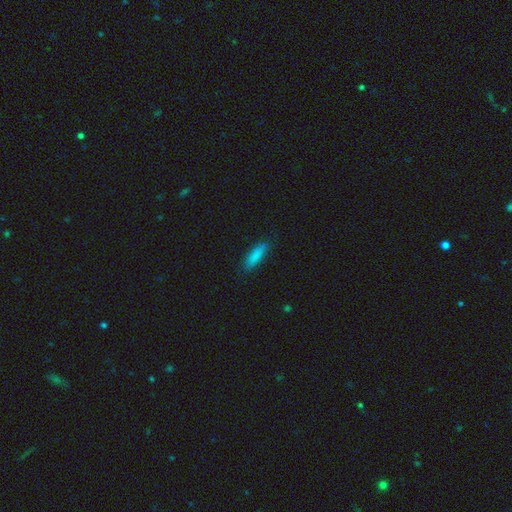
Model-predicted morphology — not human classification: A smooth galaxy with no disk features (85%) that is cigar-shaped (58%). Merging: none (82%).